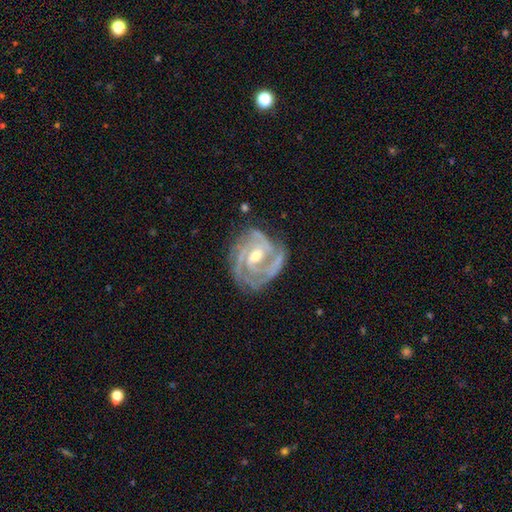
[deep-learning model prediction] smooth-or-featured: featured or disk: 90% | star or artifact: 5% | smooth: 5%
  disk-edge-on: no: 97% | yes: 3%
    bar: weak: 45% | no: 32% | strong: 22%
    has-spiral-arms: yes: 97% | no: 3%
      spiral-winding: tight: 64% | medium: 31% | loose: 5%
      spiral-arm-count: 3: 43% | 2: 23% | can't tell: 14% | 4: 11% | 1: 5% | more than 4: 5%
    bulge-size: moderate: 59% | small: 37% | large: 2% | none: 1% | dominant: 1%
  merging: none: 66% | minor disturbance: 22% | major disturbance: 10% | merger: 2%